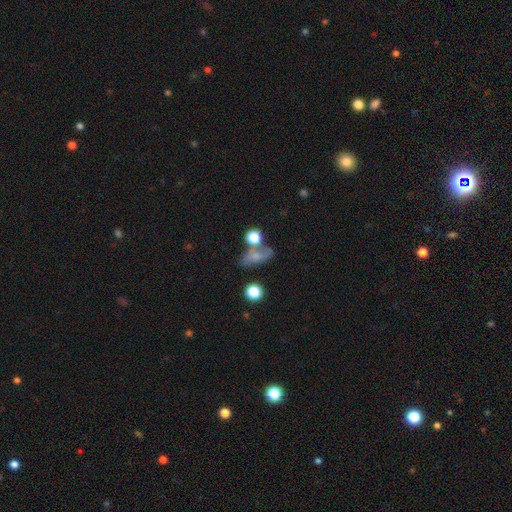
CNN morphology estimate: Q: Smooth or featured?
A: smooth (62%); runner-up: featured or disk (25%)
Q: How rounded?
A: in between (56%); runner-up: round (27%)
Q: Merging?
A: none (52%); runner-up: merger (20%)